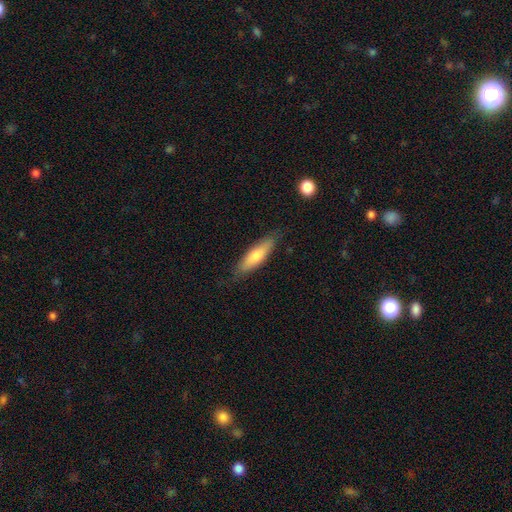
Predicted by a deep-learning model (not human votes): The model was most divided on "smooth or featured": smooth: 66%, featured or disk: 28%, star or artifact: 6%. More confident: merging — none (82%); how rounded — cigar-shaped (69%).